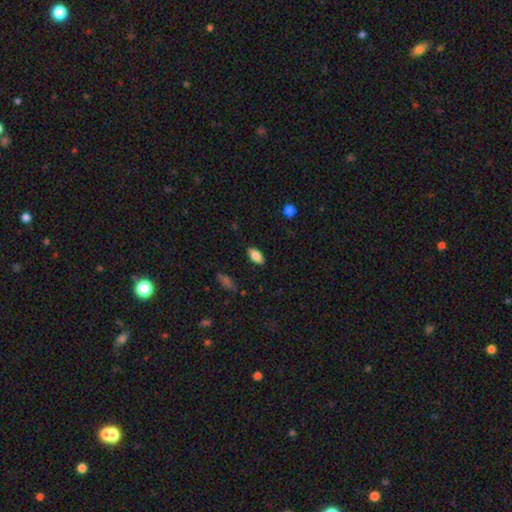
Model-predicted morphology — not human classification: smooth_or_featured: smooth (p=0.83) [alt: featured or disk p=0.09]
how_rounded: in between (p=0.90) [alt: cigar-shaped p=0.08]
merging: none (p=0.87) [alt: minor disturbance p=0.10]